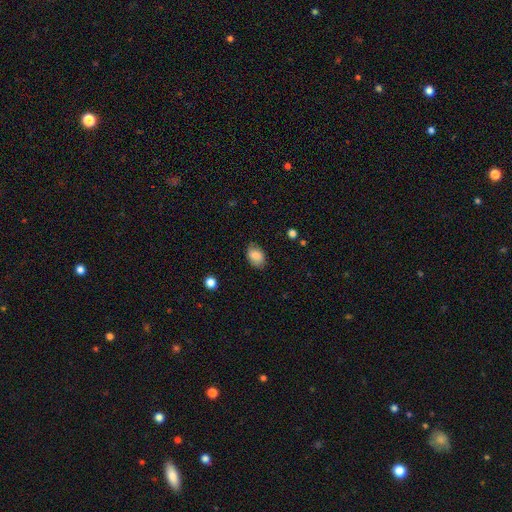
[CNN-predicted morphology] A smooth galaxy with no disk features (83%) that is in between round and cigar-shaped (78%). Merging: none (74%).